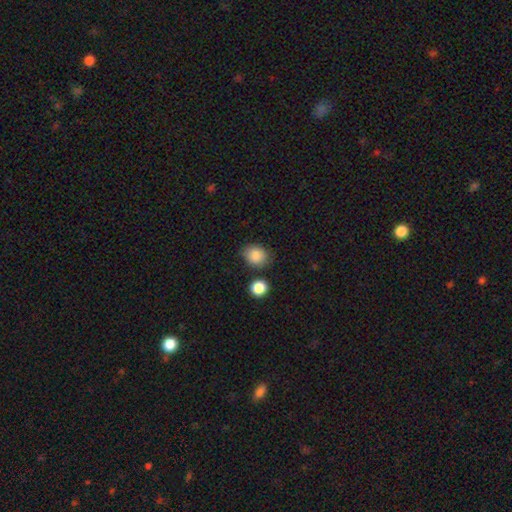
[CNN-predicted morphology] Q: Smooth or featured?
A: smooth (87%); runner-up: star or artifact (8%)
Q: How rounded?
A: round (57%); runner-up: in between (42%)
Q: Merging?
A: none (76%); runner-up: minor disturbance (15%)